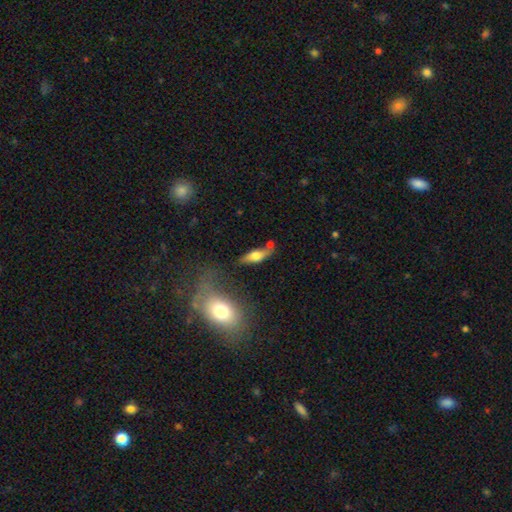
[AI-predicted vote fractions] Smooth or featured? smooth (54%)
How rounded? in between (57%)
Merging? none (58%)